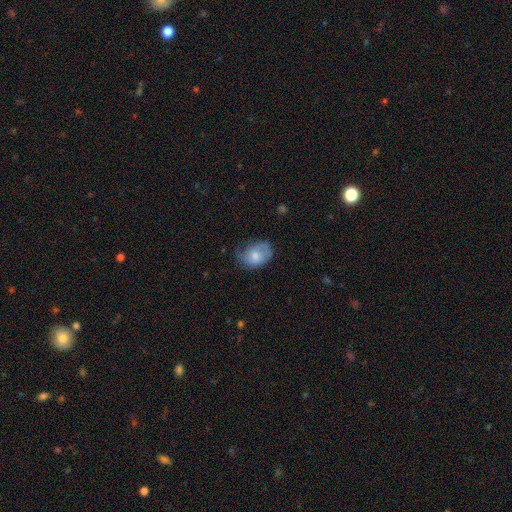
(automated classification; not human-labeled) smooth 66%, featured or disk 27%, star or artifact 7%. Down the decision tree: how rounded — in between (74%); merging — none (48%).